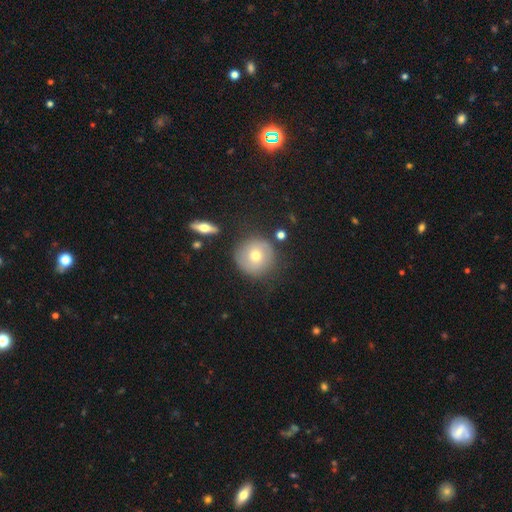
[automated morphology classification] Q: Smooth or featured?
A: smooth (52%); runner-up: featured or disk (40%)
Q: How rounded?
A: round (93%); runner-up: in between (6%)
Q: Merging?
A: none (81%); runner-up: minor disturbance (12%)